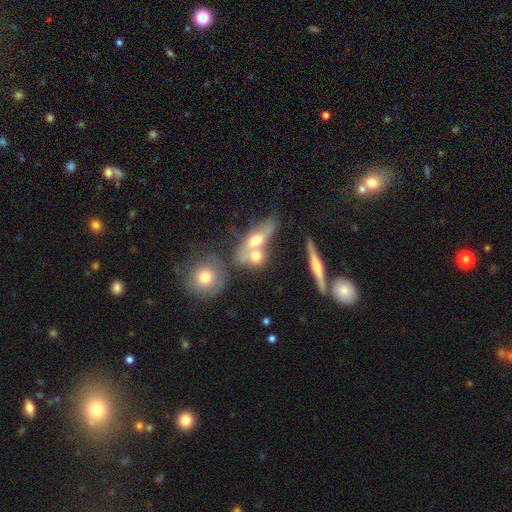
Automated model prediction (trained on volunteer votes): smooth 60%, featured or disk 28%, star or artifact 11%. Down the decision tree: how rounded — in between (47%); merging — merger (57%).